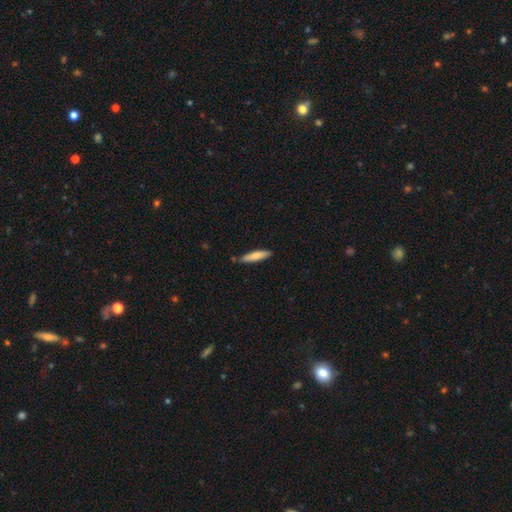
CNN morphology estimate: Q: Smooth or featured?
A: smooth (75%); runner-up: featured or disk (19%)
Q: How rounded?
A: cigar-shaped (81%); runner-up: in between (17%)
Q: Merging?
A: none (78%); runner-up: minor disturbance (16%)